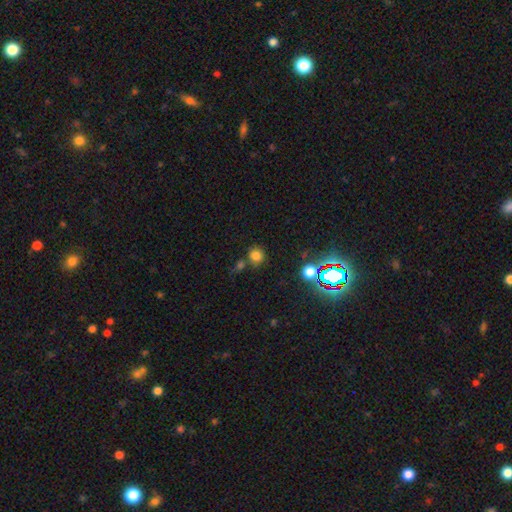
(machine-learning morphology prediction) smooth_or_featured: smooth (p=0.76) [alt: star or artifact p=0.18]
how_rounded: round (p=0.85) [alt: in between p=0.14]
merging: none (p=0.69) [alt: merger p=0.16]